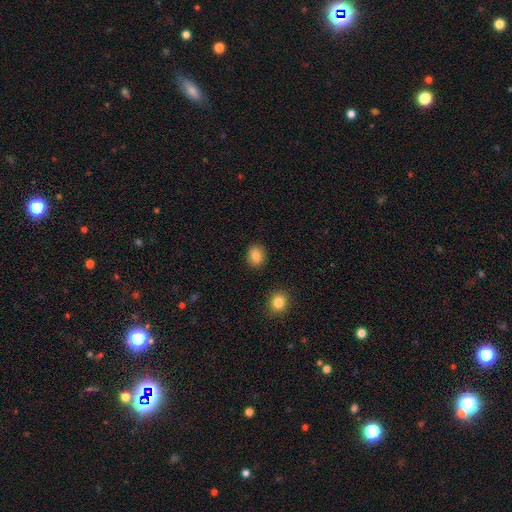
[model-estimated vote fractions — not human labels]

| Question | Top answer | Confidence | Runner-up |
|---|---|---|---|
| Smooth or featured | smooth | 83% | star or artifact (9%) |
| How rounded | round | 54% | in between (45%) |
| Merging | none | 88% | minor disturbance (8%) |